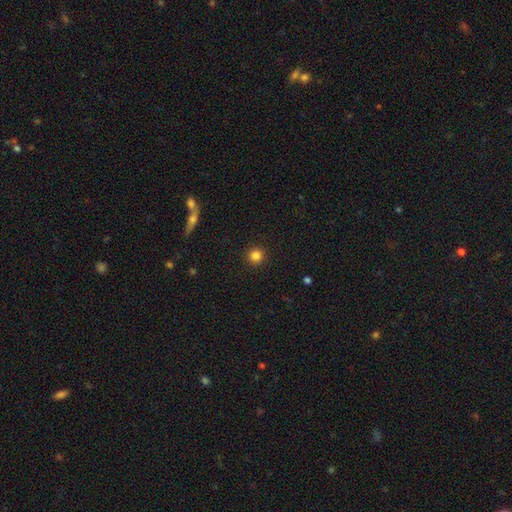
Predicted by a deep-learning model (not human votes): This appears to be a smooth galaxy with no disk features (84%) that is round (95%). Merging: none (93%).